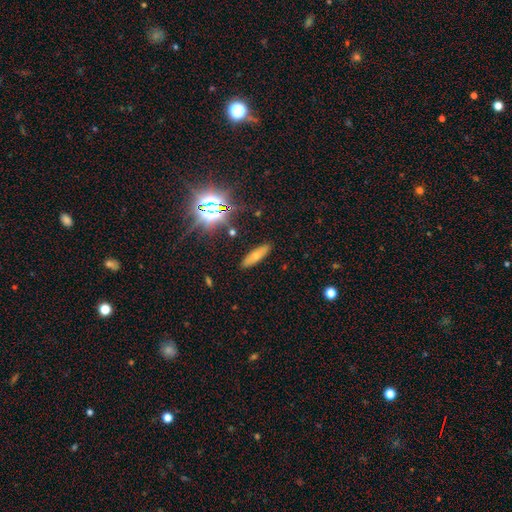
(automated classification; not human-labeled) Smooth or featured: smooth — 60% (featured or disk — 26%)
How rounded: cigar-shaped — 61% (in between — 35%)
Merging: none — 89% (minor disturbance — 8%)